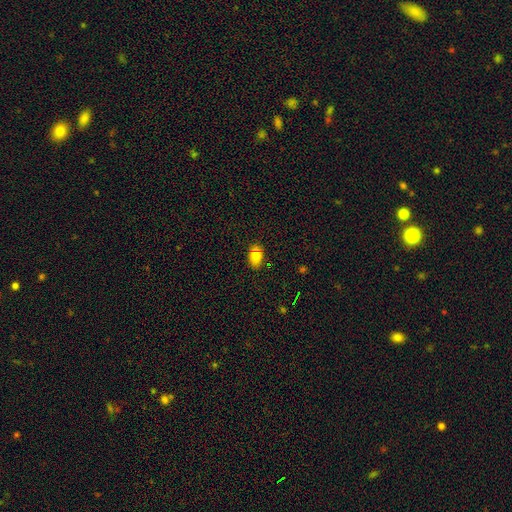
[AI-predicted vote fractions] smooth 82%, star or artifact 9%, featured or disk 9%. Down the decision tree: how rounded — in between (85%); merging — none (83%).